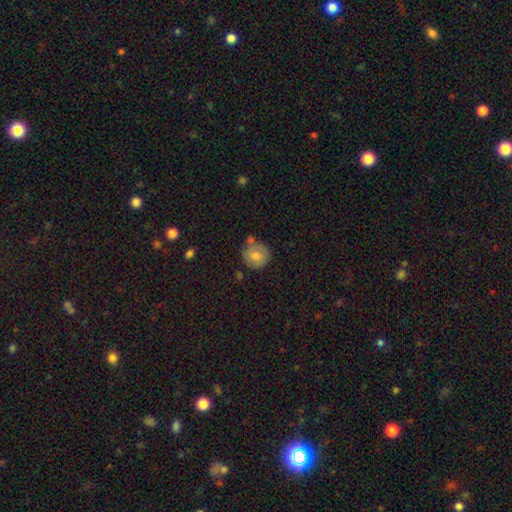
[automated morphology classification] Smooth or featured? Predicted: smooth (p=0.72). How rounded? Predicted: round (p=0.89). Merging? Predicted: none (p=0.67).